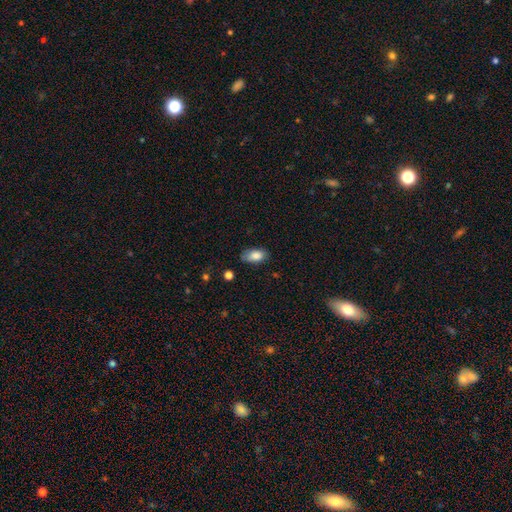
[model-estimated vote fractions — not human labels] Smooth or featured? Predicted: smooth (p=0.84). How rounded? Predicted: in between (p=0.92). Merging? Predicted: none (p=0.75).